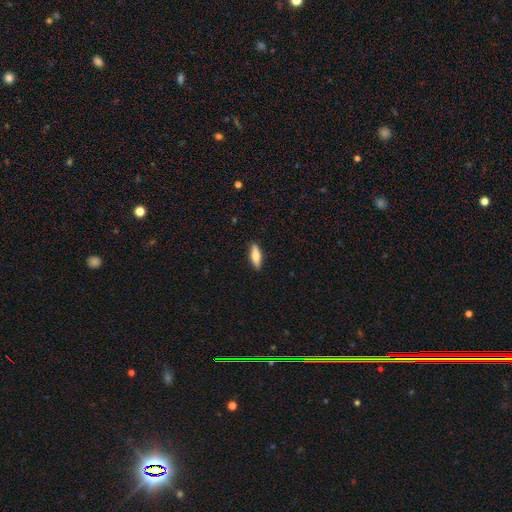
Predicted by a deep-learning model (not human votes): smooth 66%, featured or disk 28%, star or artifact 6%. Down the decision tree: how rounded — in between (54%); merging — none (90%).